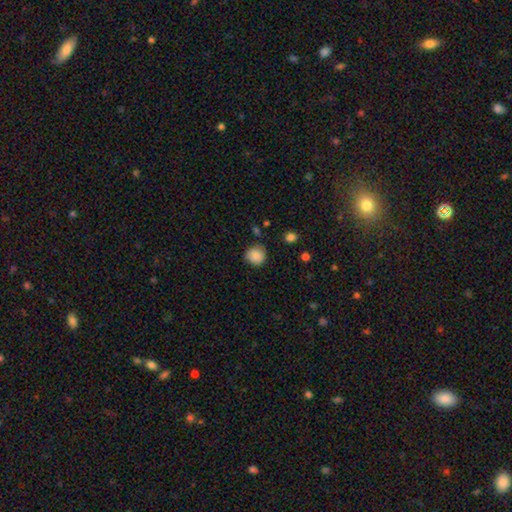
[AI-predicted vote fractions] This is clearly a smooth galaxy (83%). How rounded: clearly round (86%). Merging: likely none (72%).